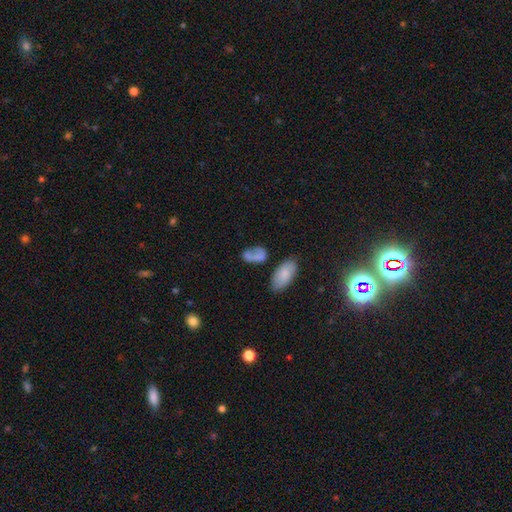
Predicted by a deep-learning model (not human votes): smooth 68%, featured or disk 21%, star or artifact 11%. Down the decision tree: how rounded — in between (83%); merging — none (42%).